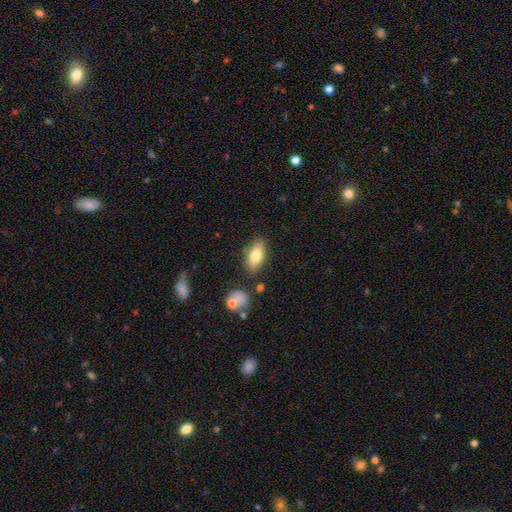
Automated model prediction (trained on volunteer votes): Smooth or featured? smooth (78%)
How rounded? in between (86%)
Merging? none (80%)